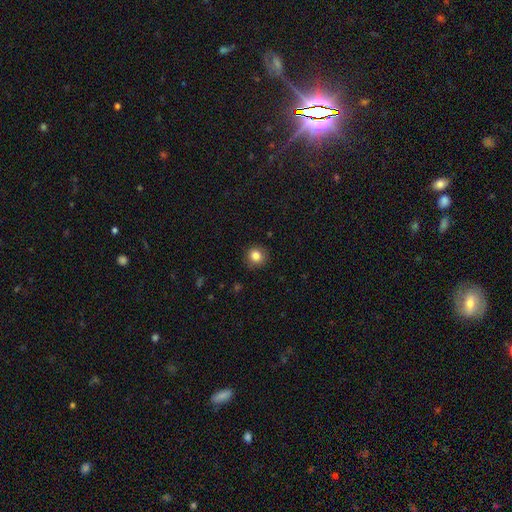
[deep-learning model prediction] Smooth or featured?
  - smooth: 84% *
  - star or artifact: 10%
  - featured or disk: 6%
How rounded?
  - round: 91% *
  - in between: 8%
  - cigar-shaped: 1%
Merging?
  - none: 90% *
  - minor disturbance: 7%
  - major disturbance: 2%
  - merger: 1%